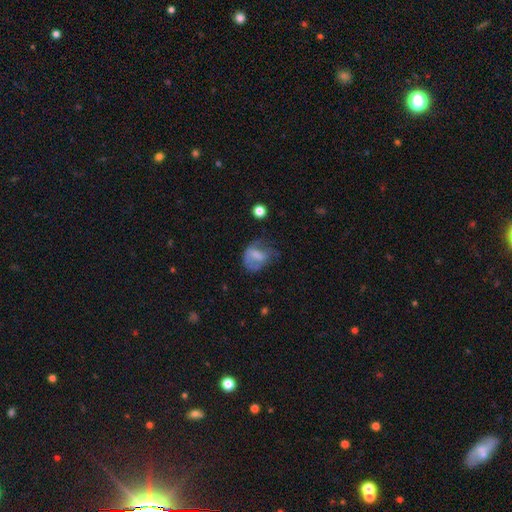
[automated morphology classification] A smooth galaxy with no disk features (55%) that is in between round and cigar-shaped (60%).

Vote fractions:
- Smooth or featured? smooth: 55% / featured or disk: 34% / star or artifact: 11%
- How rounded? in between: 60% / round: 38% / cigar-shaped: 2%
- Merging? major disturbance: 36% / none: 32% / minor disturbance: 28% / merger: 3%